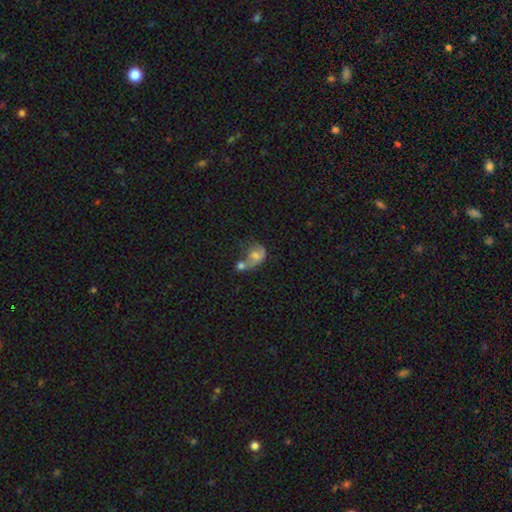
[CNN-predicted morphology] smooth_or_featured: smooth (p=0.49) [alt: featured or disk p=0.39]
merging: merger (p=0.49) [alt: major disturbance p=0.19]